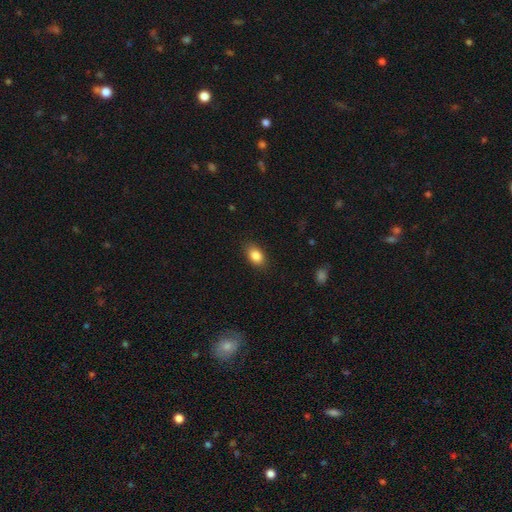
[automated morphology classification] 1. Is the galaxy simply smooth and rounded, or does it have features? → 85% smooth, 8% star or artifact, 6% featured or disk.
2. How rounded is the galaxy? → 85% in between, 13% round, 2% cigar-shaped.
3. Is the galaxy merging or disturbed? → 86% none, 10% minor disturbance, 3% major disturbance, 1% merger.